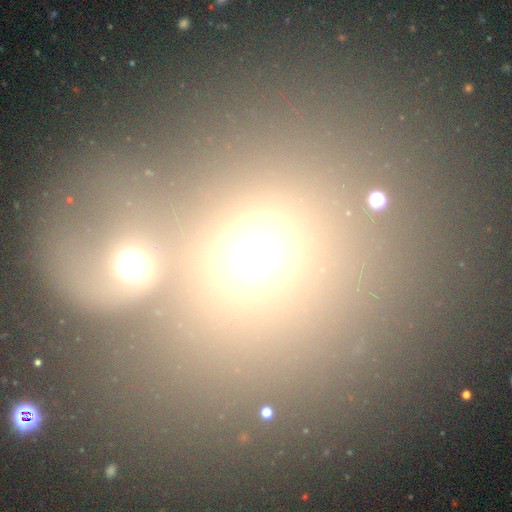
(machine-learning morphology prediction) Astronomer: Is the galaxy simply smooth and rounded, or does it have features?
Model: smooth — 68%.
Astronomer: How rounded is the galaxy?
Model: round — 72%.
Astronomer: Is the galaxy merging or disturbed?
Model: merger — 50% (runner-up: none, 37%).